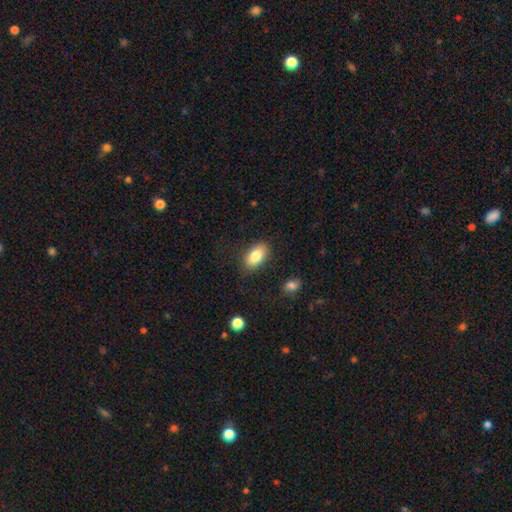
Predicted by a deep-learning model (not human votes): This appears to be a smooth galaxy with no disk features (82%) that is in between round and cigar-shaped (91%). Merging: none (84%).